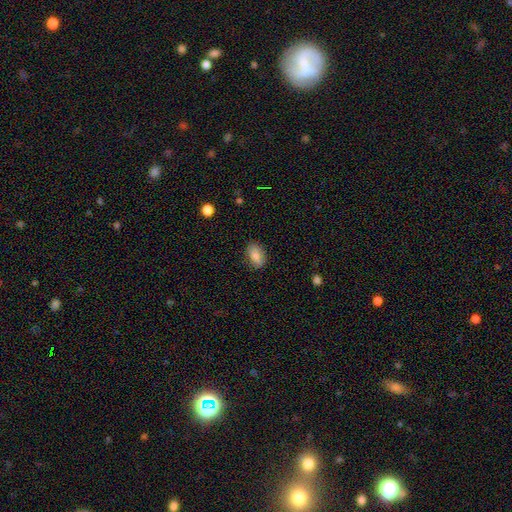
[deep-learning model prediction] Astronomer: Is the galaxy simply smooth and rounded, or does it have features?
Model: smooth — 80%.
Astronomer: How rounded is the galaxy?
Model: in between — 88%.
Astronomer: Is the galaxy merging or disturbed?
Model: none — 82%.